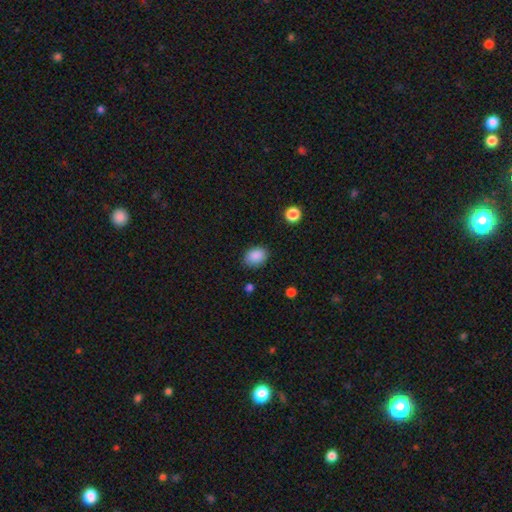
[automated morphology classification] A smooth galaxy with no disk features (88%) that is in between round and cigar-shaped (70%). Merging: none (84%).